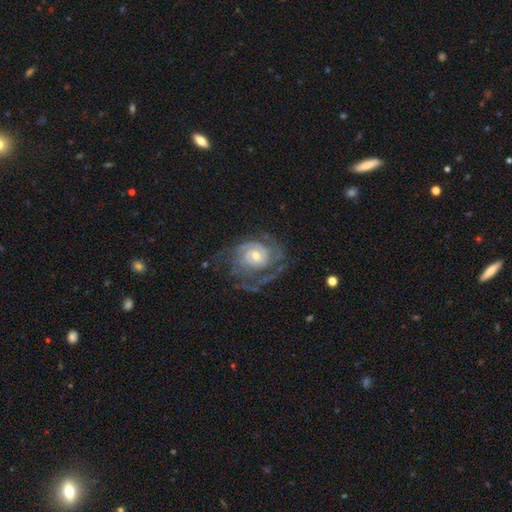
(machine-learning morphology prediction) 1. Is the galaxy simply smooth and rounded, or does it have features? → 85% featured or disk, 9% smooth, 6% star or artifact.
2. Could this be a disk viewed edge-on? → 97% no, 3% yes.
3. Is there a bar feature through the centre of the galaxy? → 67% no, 28% weak, 5% strong.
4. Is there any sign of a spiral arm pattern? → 94% yes, 6% no.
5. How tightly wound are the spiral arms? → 61% tight, 30% medium, 9% loose.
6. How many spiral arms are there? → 33% can't tell, 29% 2, 18% 3, 8% 4, 7% 1, 5% more than 4.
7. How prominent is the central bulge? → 52% moderate, 41% small, 5% large, 1% none, 1% dominant.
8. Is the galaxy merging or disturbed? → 62% none, 19% minor disturbance, 18% major disturbance, 2% merger.